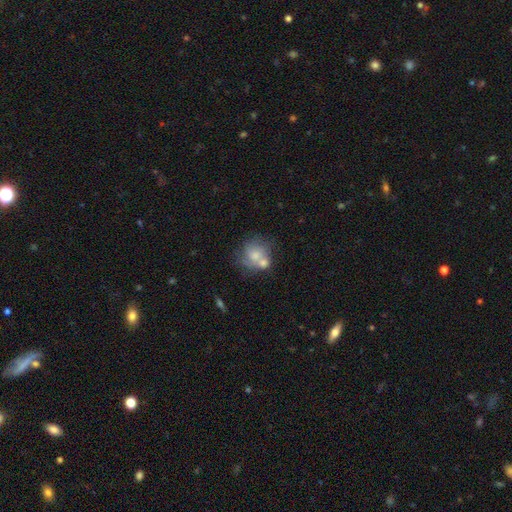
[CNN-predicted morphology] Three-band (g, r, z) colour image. It shows a smooth galaxy with no disk features (62%) that is round (71%). Merging: merger (44%).